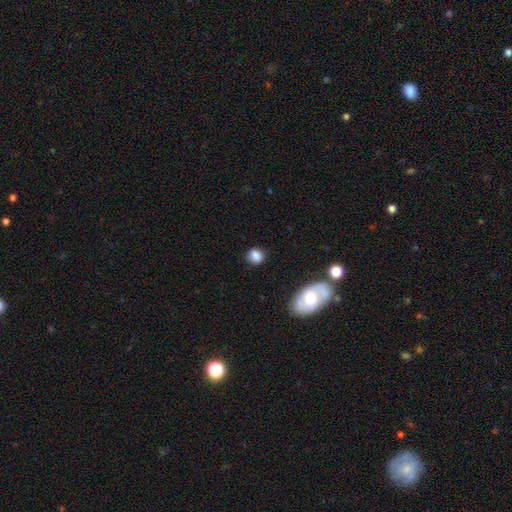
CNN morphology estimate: Q: Smooth or featured?
A: smooth (82%); runner-up: star or artifact (10%)
Q: How rounded?
A: round (65%); runner-up: in between (33%)
Q: Merging?
A: none (81%); runner-up: minor disturbance (13%)